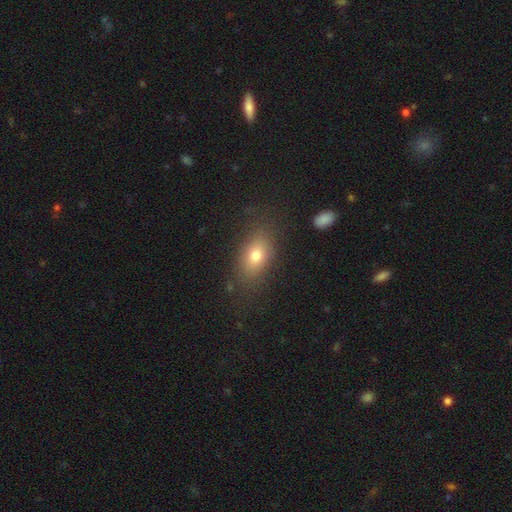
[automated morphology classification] smooth_or_featured: smooth (p=0.74) [alt: featured or disk p=0.14]
how_rounded: in between (p=0.81) [alt: round p=0.14]
merging: none (p=0.79) [alt: minor disturbance p=0.13]